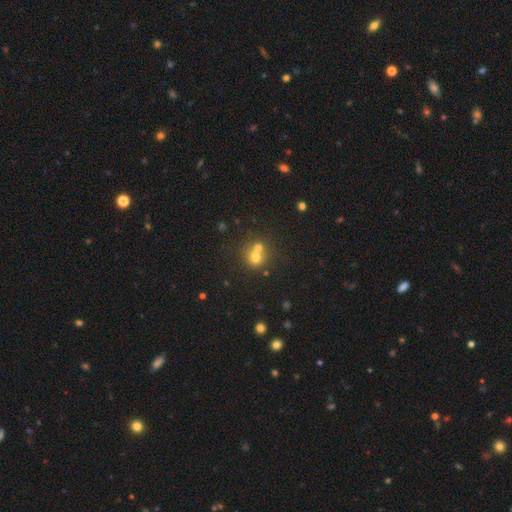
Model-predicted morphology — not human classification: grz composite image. It shows a smooth galaxy with no disk features (67%) that is round (82%). Merging: merger (51%).